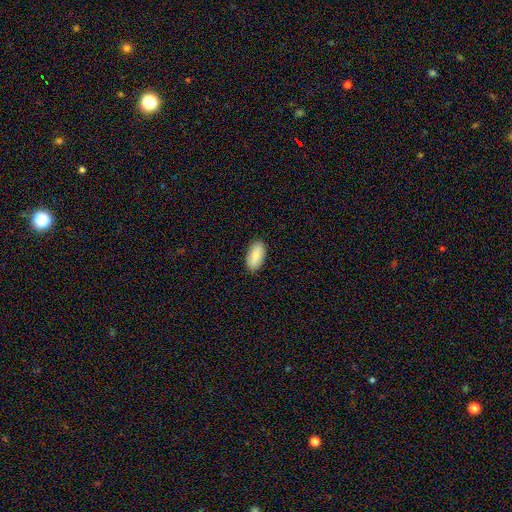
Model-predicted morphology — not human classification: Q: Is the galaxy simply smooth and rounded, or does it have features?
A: smooth — 83%.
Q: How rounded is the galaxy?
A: in between — 93%.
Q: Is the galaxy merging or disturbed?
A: none — 89%.